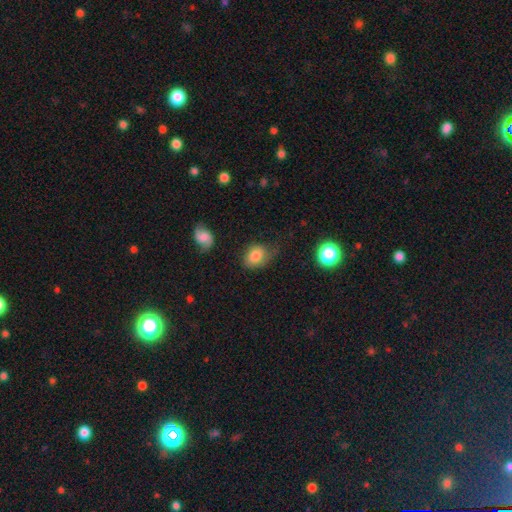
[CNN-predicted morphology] Smooth or featured? Predicted: smooth (p=0.79). How rounded? Predicted: in between (p=0.60). Merging? Predicted: none (p=0.47).